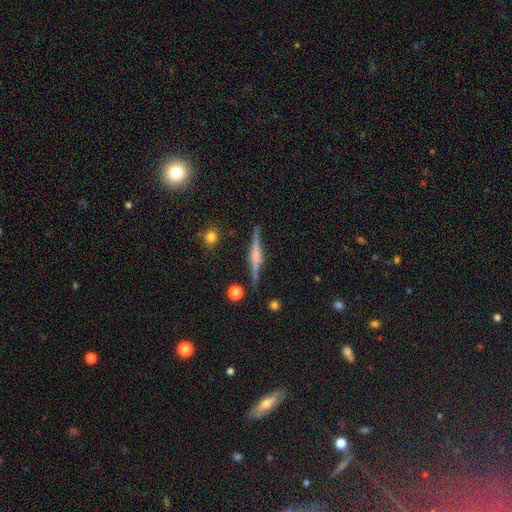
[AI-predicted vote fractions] This appears to be a featured or disk galaxy (80%) viewed edge-on (98%) with a rounded central bulge (69%). Merging: none (90%).